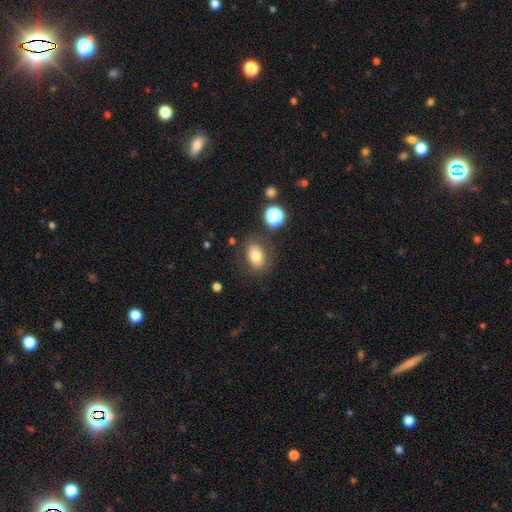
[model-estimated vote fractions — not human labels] Smooth or featured? smooth (75%)
How rounded? in between (80%)
Merging? none (78%)